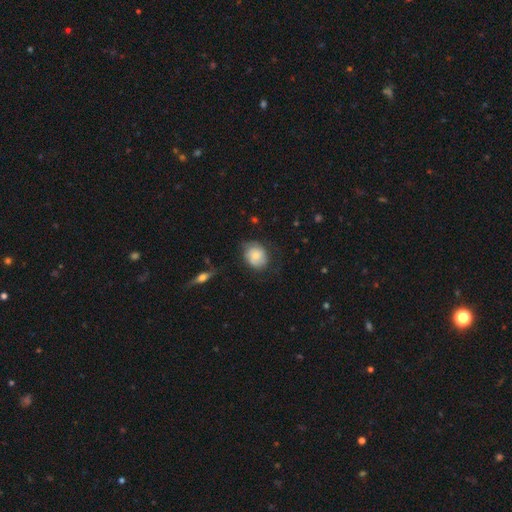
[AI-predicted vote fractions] A smooth galaxy with no disk features (62%) that is round (60%). Merging: none (58%).